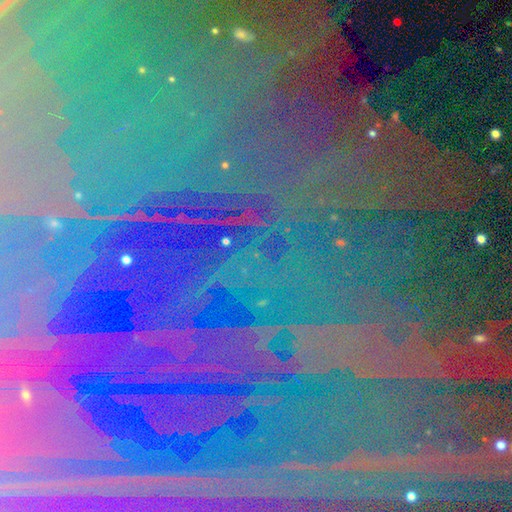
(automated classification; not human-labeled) smooth_or_featured: star or artifact (p=0.88) [alt: featured or disk p=0.06]